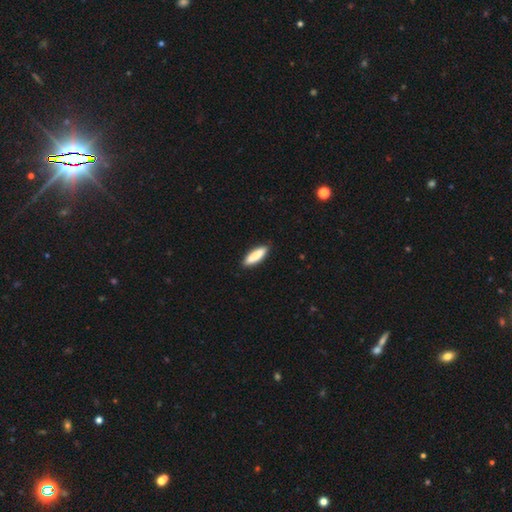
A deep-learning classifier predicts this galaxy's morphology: Smooth or featured?
  - smooth: 83% *
  - featured or disk: 11%
  - star or artifact: 5%
How rounded?
  - cigar-shaped: 60% *
  - in between: 38%
  - round: 2%
Merging?
  - none: 89% *
  - minor disturbance: 9%
  - major disturbance: 2%
  - merger: 1%